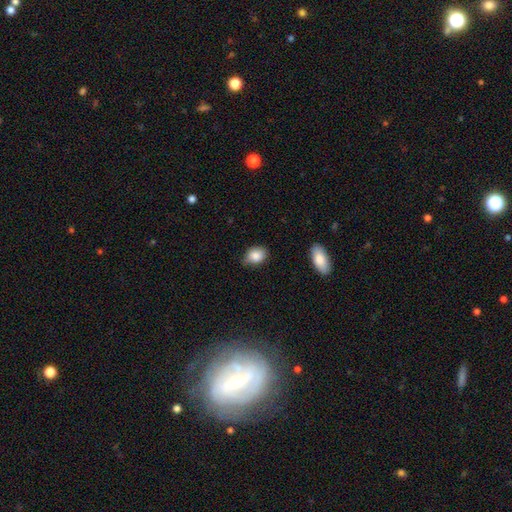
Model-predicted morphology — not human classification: Smooth or featured? Predicted: smooth (p=0.86). How rounded? Predicted: in between (p=0.70). Merging? Predicted: none (p=0.65).